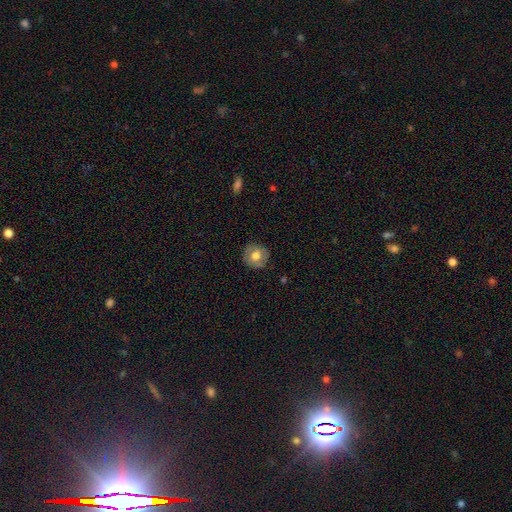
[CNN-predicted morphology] Smooth or featured?
  - smooth: 65% *
  - featured or disk: 27%
  - star or artifact: 8%
How rounded?
  - round: 90% *
  - in between: 9%
  - cigar-shaped: 1%
Merging?
  - none: 86% *
  - minor disturbance: 11%
  - major disturbance: 3%
  - merger: 1%